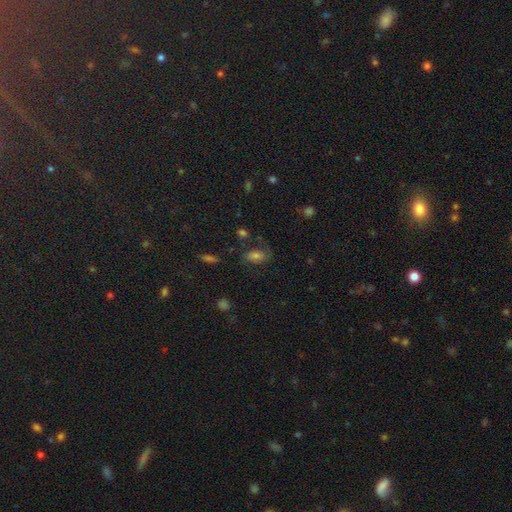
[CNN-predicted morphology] This appears to be a smooth galaxy with no disk features (45%). Merging: none (63%).